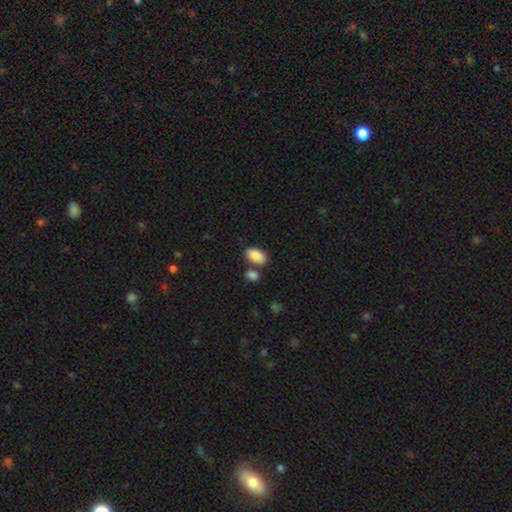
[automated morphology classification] This is clearly a smooth galaxy (89%). How rounded: clearly in between (94%). Merging: likely none (68%).